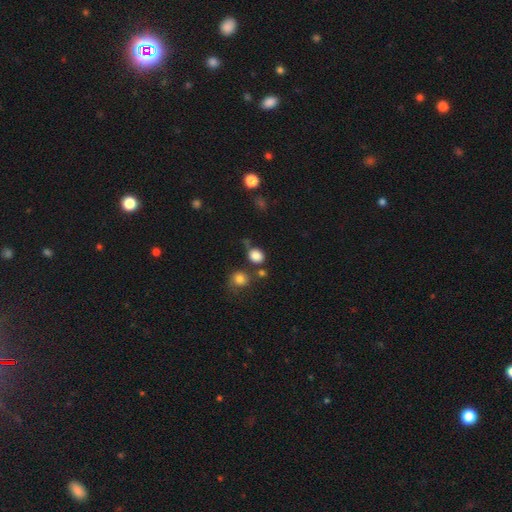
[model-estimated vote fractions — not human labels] smooth 84%, star or artifact 11%, featured or disk 5%. Down the decision tree: how rounded — round (63%); merging — none (64%).